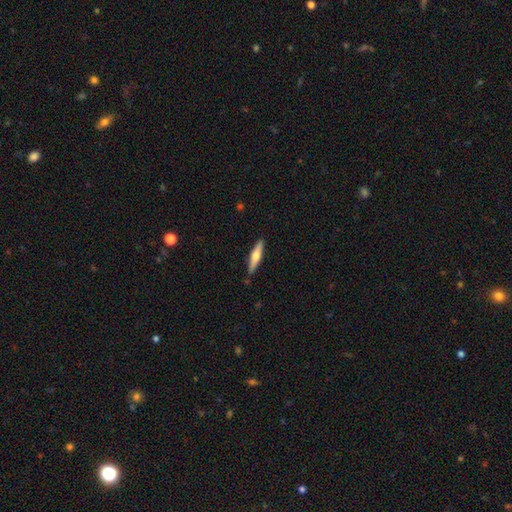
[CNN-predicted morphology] Smooth or featured? smooth (48%)
Merging? none (88%)